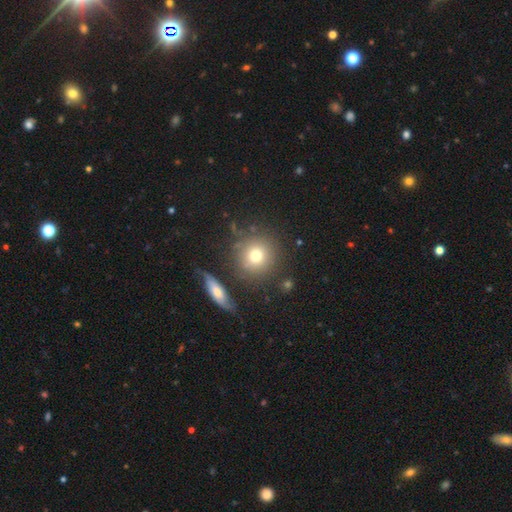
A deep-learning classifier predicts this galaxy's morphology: Smooth or featured? smooth (75%)
How rounded? round (89%)
Merging? none (77%)